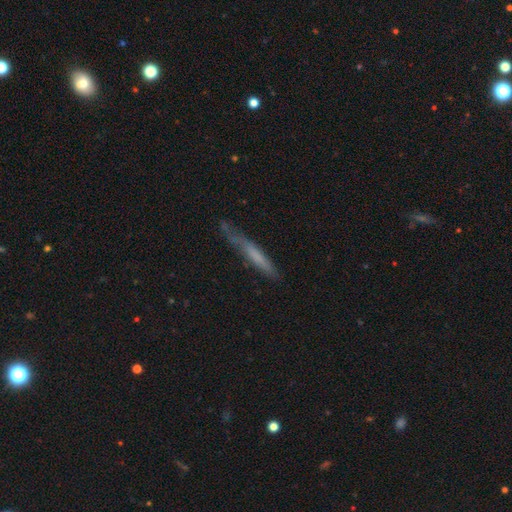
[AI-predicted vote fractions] This is possibly a smooth galaxy (57%). How rounded: clearly cigar-shaped (93%). Merging: possibly none (58%).